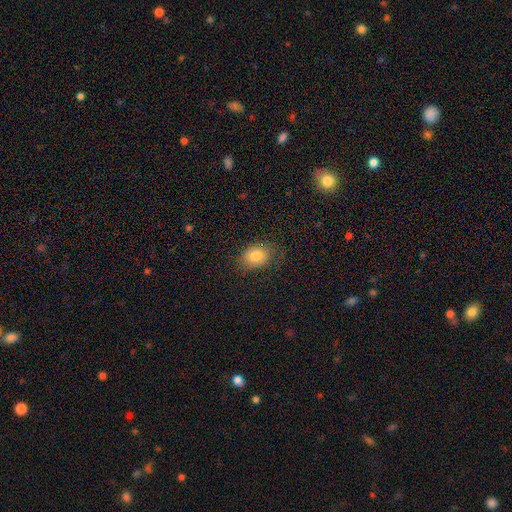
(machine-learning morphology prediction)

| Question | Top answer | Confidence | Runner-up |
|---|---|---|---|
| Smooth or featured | smooth | 82% | star or artifact (10%) |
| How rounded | in between | 65% | round (34%) |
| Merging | none | 76% | minor disturbance (18%) |